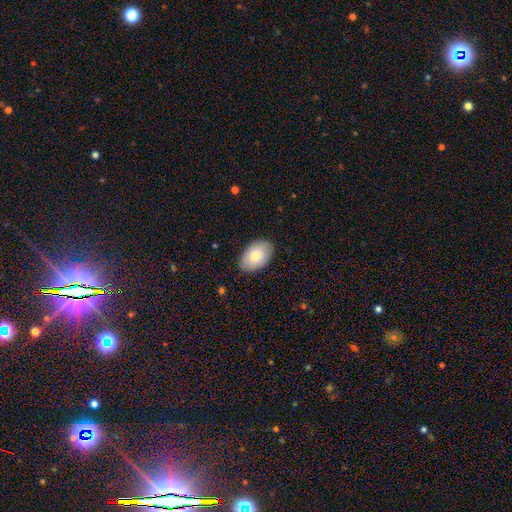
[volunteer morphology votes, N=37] smooth-or-featured: smooth: 78% | featured or disk: 19% | star or artifact: 3%
  how-rounded: in between: 93% | round: 3% | cigar-shaped: 3%
  merging: none: 81% | minor disturbance: 11% | major disturbance: 8% | merger: 0%